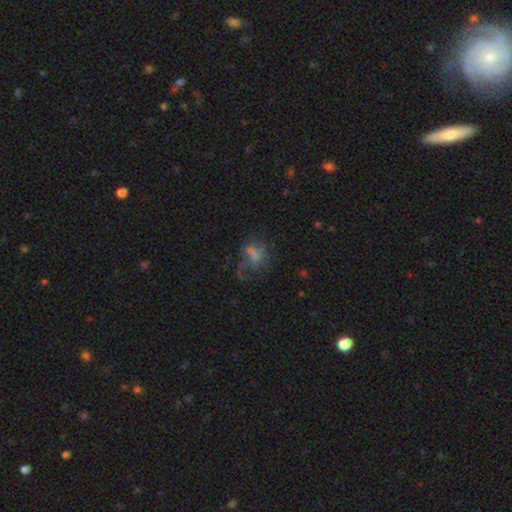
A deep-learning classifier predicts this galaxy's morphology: smooth-or-featured: smooth: 43% | featured or disk: 33% | star or artifact: 23%
  merging: major disturbance: 37% | none: 36% | minor disturbance: 18% | merger: 8%